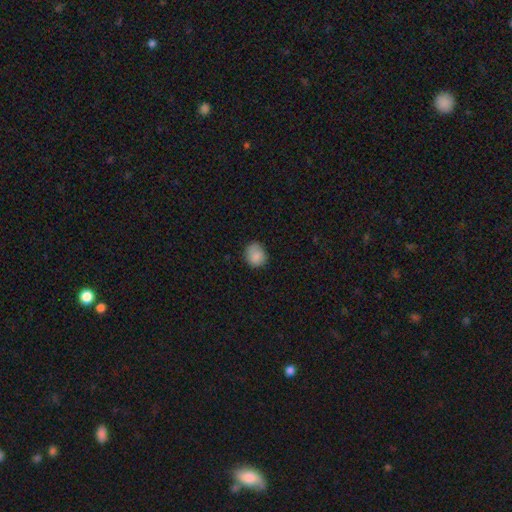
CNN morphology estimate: Overall: smooth (87%). How rounded: round (71%). Merging: none (72%).